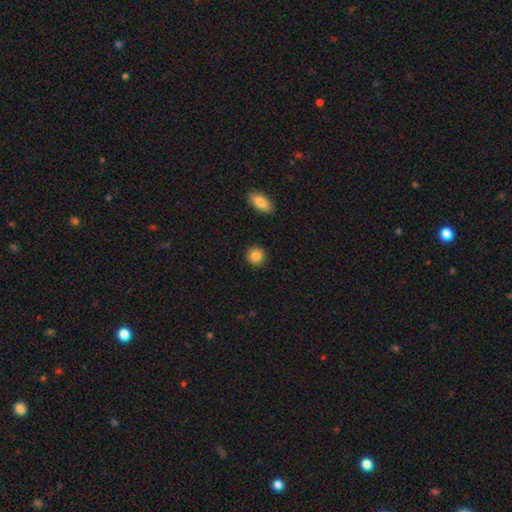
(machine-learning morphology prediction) Q: Smooth or featured?
A: smooth (86%); runner-up: star or artifact (8%)
Q: How rounded?
A: round (89%); runner-up: in between (10%)
Q: Merging?
A: none (91%); runner-up: minor disturbance (6%)